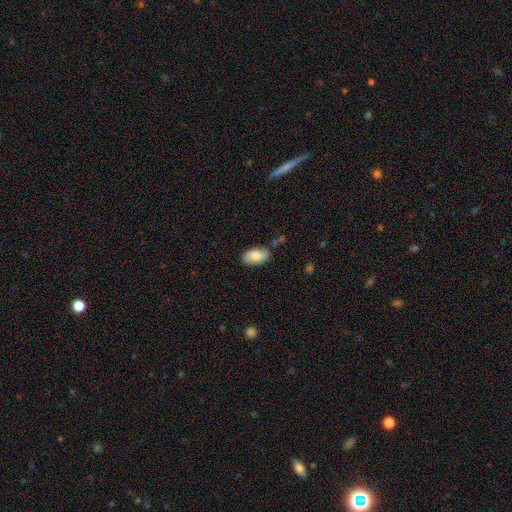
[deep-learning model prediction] This appears to be a smooth galaxy with no disk features (73%) that is in between round and cigar-shaped (93%). Merging: none (72%).